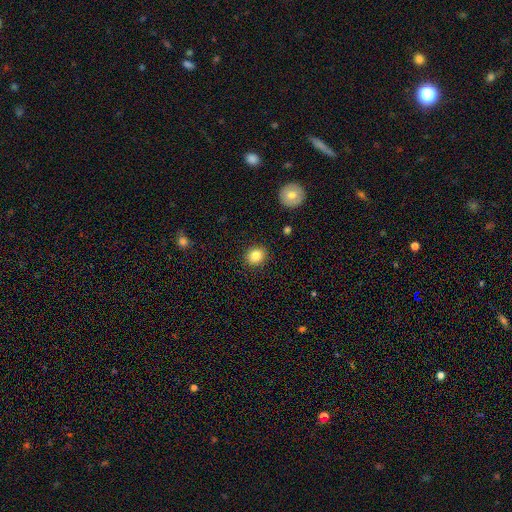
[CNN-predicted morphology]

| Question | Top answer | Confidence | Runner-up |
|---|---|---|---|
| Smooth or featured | smooth | 83% | star or artifact (10%) |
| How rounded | round | 75% | in between (24%) |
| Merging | none | 89% | minor disturbance (7%) |